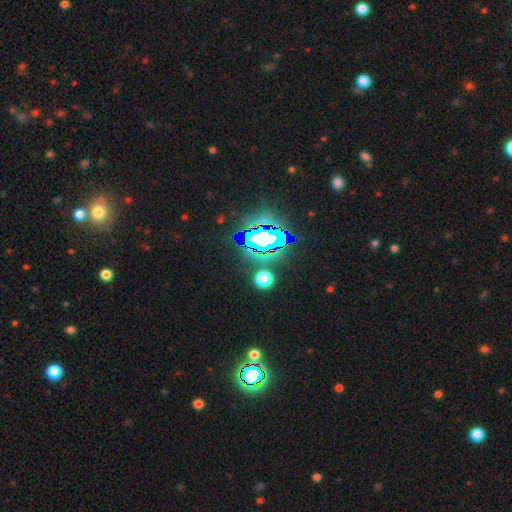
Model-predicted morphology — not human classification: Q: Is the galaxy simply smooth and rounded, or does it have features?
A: star or artifact — 82%.